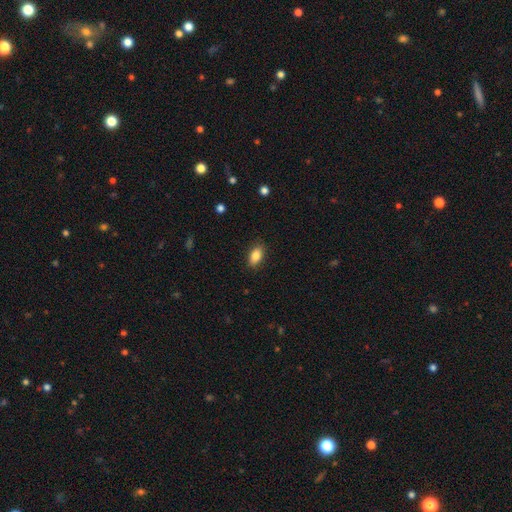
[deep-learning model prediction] Q: Smooth or featured?
A: smooth (86%); runner-up: star or artifact (8%)
Q: How rounded?
A: in between (90%); runner-up: round (6%)
Q: Merging?
A: none (86%); runner-up: minor disturbance (10%)